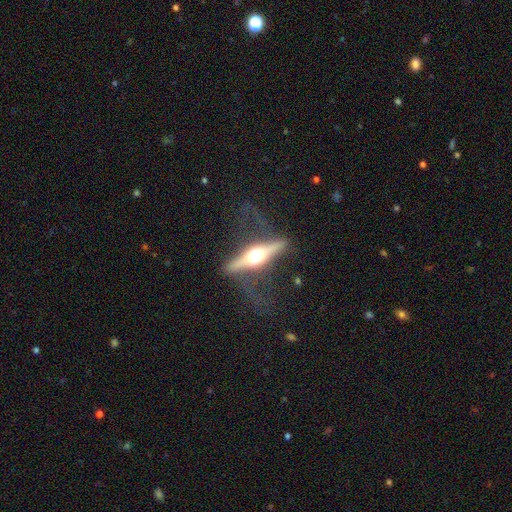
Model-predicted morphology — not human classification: Overall: featured or disk (82%). Edge-on disk: yes (89%). Edge-on bulge: rounded (95%). Merging: none (68%).